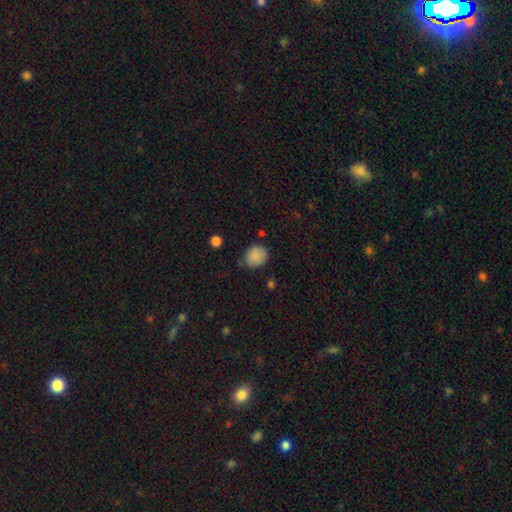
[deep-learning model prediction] Smooth or featured? smooth (87%)
How rounded? round (70%)
Merging? none (76%)